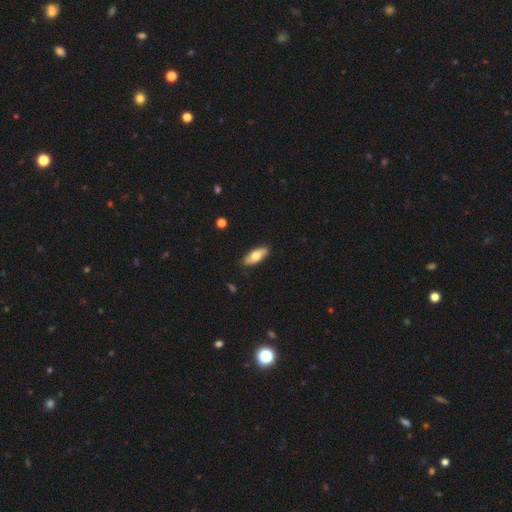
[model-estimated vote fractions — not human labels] Morphology: type=smooth (71%); roundness=in between (77%); merging=none (87%).